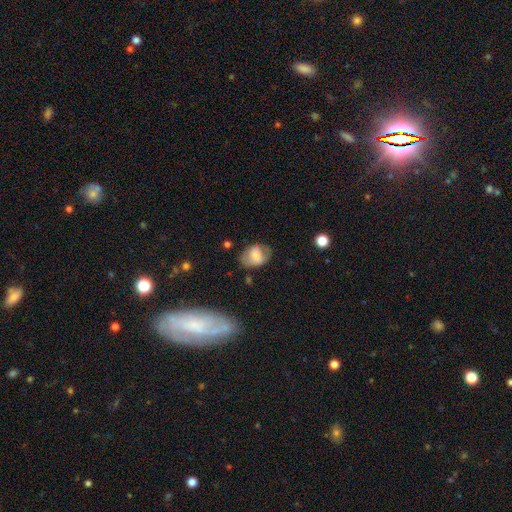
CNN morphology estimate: A smooth galaxy with no disk features (66%) that is in between round and cigar-shaped (73%).

Vote fractions:
- Smooth or featured? smooth: 66% / featured or disk: 25% / star or artifact: 9%
- How rounded? in between: 73% / round: 26% / cigar-shaped: 1%
- Merging? none: 63% / minor disturbance: 24% / major disturbance: 10% / merger: 2%